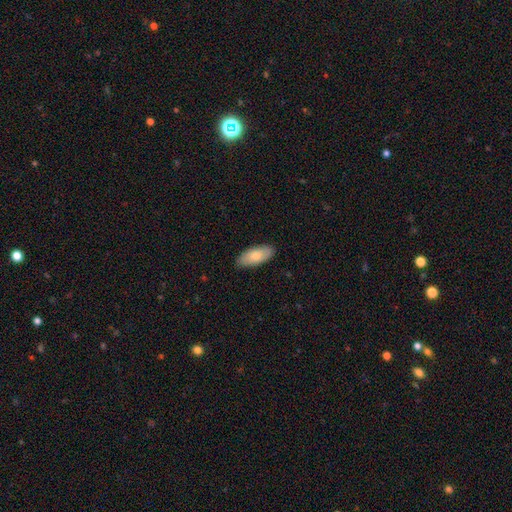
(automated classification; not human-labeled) This is likely a smooth galaxy (78%). How rounded: clearly in between (88%). Merging: clearly none (87%).